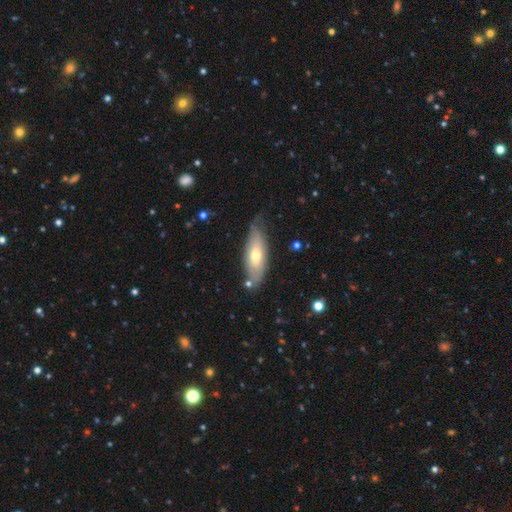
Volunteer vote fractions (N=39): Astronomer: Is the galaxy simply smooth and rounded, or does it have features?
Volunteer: smooth — 46% (runner-up: featured or disk, 44%).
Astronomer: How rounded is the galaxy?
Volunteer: in between — 72%.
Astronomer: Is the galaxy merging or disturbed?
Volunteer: minor disturbance — 49% (runner-up: none, 46%).